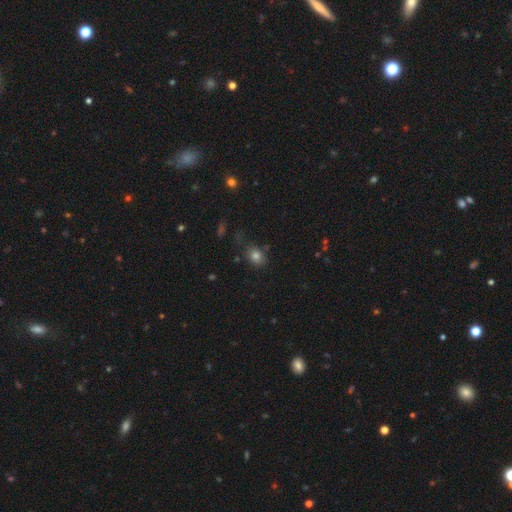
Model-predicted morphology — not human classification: smooth_or_featured: smooth (p=0.80) [alt: star or artifact p=0.13]
how_rounded: in between (p=0.57) [alt: round p=0.41]
merging: none (p=0.68) [alt: minor disturbance p=0.21]